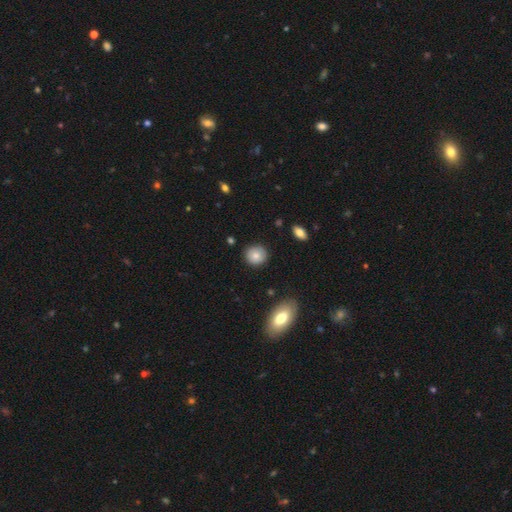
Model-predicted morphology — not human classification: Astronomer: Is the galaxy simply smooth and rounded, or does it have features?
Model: smooth — 80%.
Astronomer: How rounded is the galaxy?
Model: round — 86%.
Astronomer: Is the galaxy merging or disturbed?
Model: none — 88%.